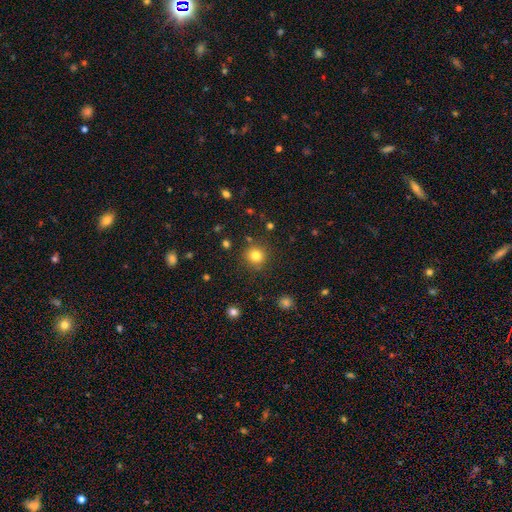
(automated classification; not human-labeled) smooth 81%, star or artifact 13%, featured or disk 6%. Down the decision tree: how rounded — round (92%); merging — none (86%).